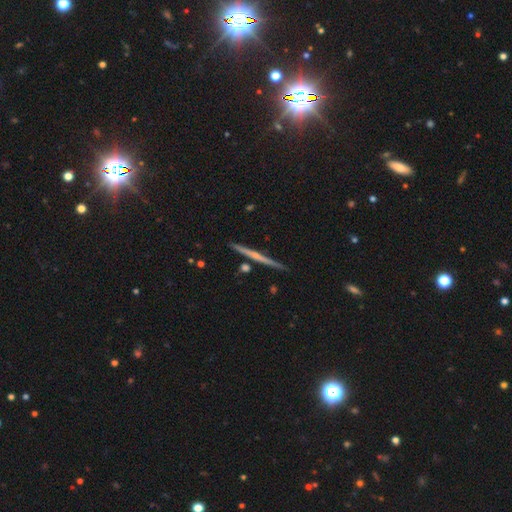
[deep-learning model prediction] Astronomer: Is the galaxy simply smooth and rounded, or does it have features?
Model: featured or disk — 68%.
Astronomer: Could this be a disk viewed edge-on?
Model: yes — 98%.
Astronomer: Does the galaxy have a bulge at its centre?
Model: none — 49% (runner-up: rounded, 45%).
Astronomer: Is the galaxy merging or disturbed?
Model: none — 88%.